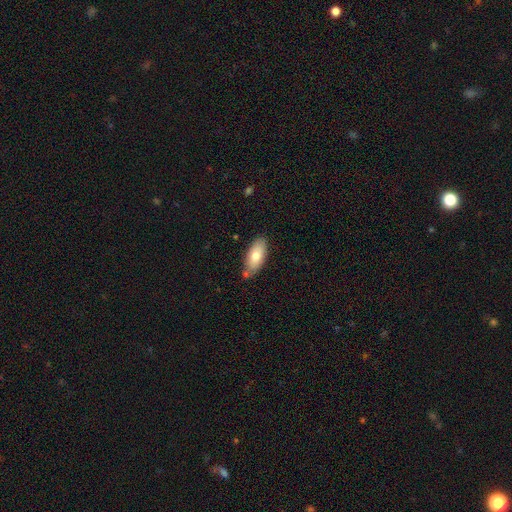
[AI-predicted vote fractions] Smooth or featured: smooth — 75% (featured or disk — 19%)
How rounded: in between — 87% (cigar-shaped — 10%)
Merging: none — 77% (minor disturbance — 15%)